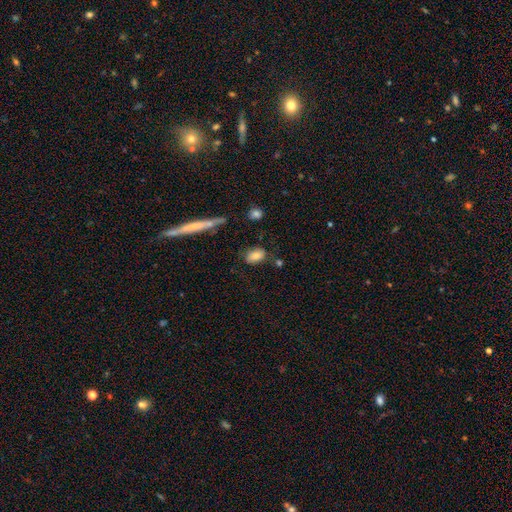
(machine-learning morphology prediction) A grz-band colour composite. It shows a smooth galaxy with no disk features (79%) that is in between round and cigar-shaped (83%). Merging: none (73%).